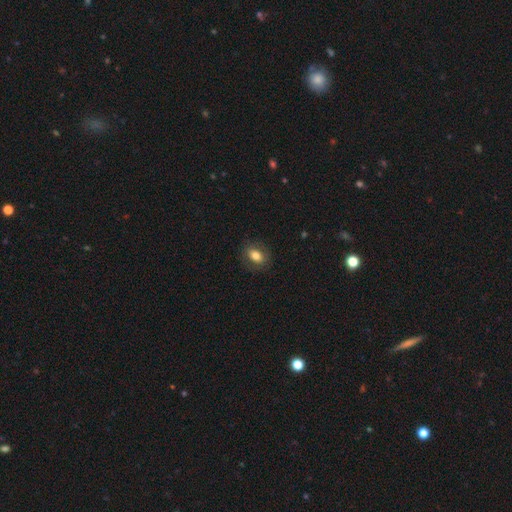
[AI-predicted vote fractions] A smooth galaxy with no disk features (75%) that is in between round and cigar-shaped (72%). Merging: none (82%).